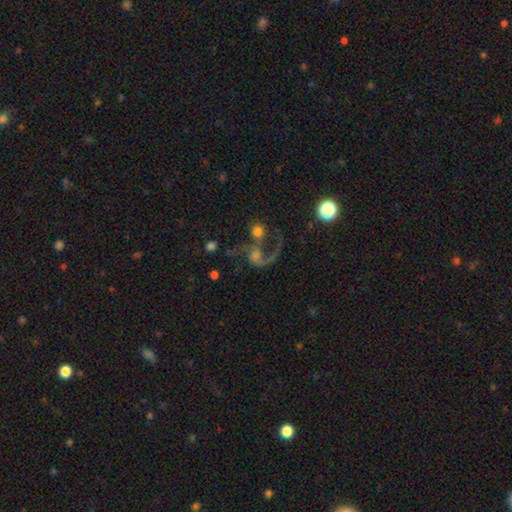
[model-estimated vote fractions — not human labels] Smooth or featured: featured or disk — 72% (smooth — 17%)
Edge-on disk: no — 98% (yes — 2%)
Bar: no — 67% (weak — 27%)
Spiral arms: yes — 88% (no — 12%)
Spiral winding: loose — 72% (medium — 23%)
Spiral arm count: 2 — 61% (1 — 31%)
Bulge size: moderate — 36% (small — 29%)
Merging: merger — 38% (none — 27%)